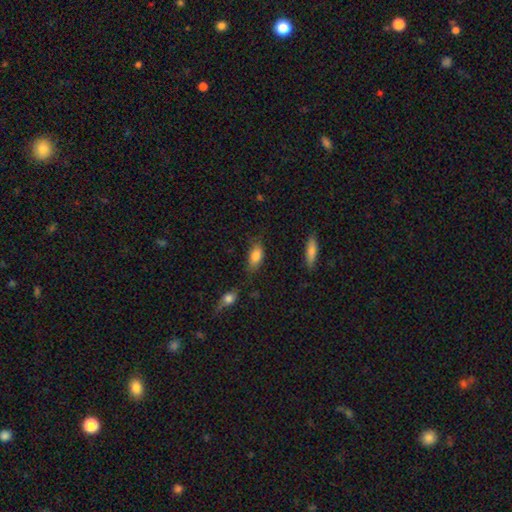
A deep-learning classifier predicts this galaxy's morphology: Smooth or featured: smooth — 83% (featured or disk — 9%)
How rounded: in between — 87% (cigar-shaped — 8%)
Merging: none — 65% (minor disturbance — 24%)